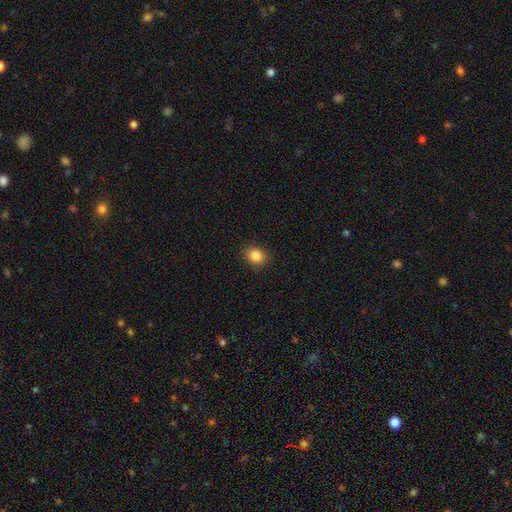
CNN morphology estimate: smooth 86%, star or artifact 10%, featured or disk 4%. Down the decision tree: how rounded — round (68%); merging — none (88%).